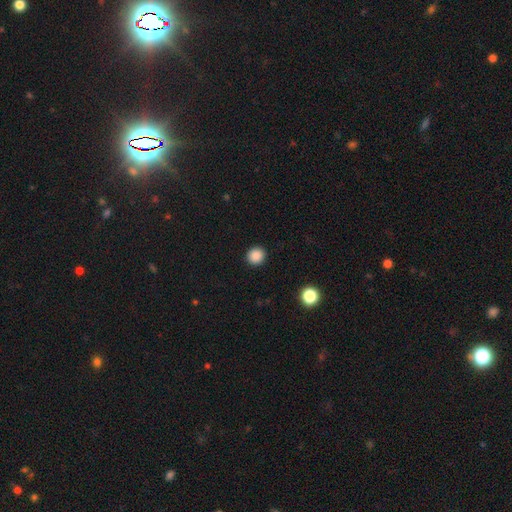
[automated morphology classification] This is clearly a smooth galaxy (88%). How rounded: clearly round (91%). Merging: clearly none (93%).